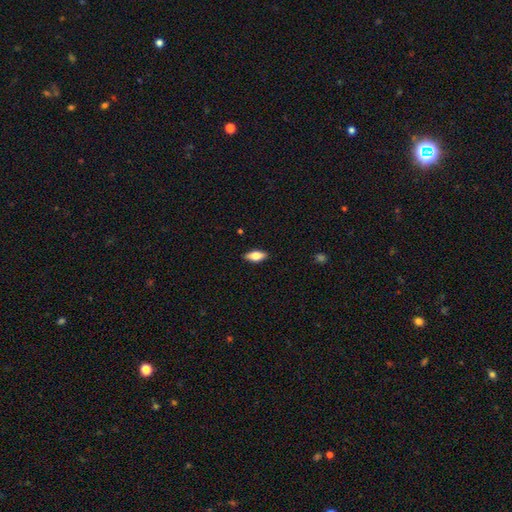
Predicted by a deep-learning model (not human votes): Smooth or featured?
  - smooth: 73% *
  - featured or disk: 20%
  - star or artifact: 7%
How rounded?
  - in between: 83% *
  - cigar-shaped: 14%
  - round: 3%
Merging?
  - none: 88% *
  - minor disturbance: 9%
  - major disturbance: 2%
  - merger: 1%